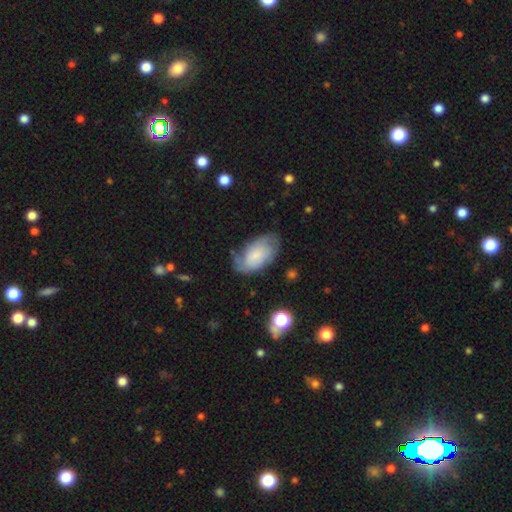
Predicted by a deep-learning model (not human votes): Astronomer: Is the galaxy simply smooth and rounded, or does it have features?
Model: smooth — 50% (runner-up: featured or disk, 42%).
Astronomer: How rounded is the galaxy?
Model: in between — 94%.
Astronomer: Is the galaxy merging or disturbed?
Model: none — 64%.